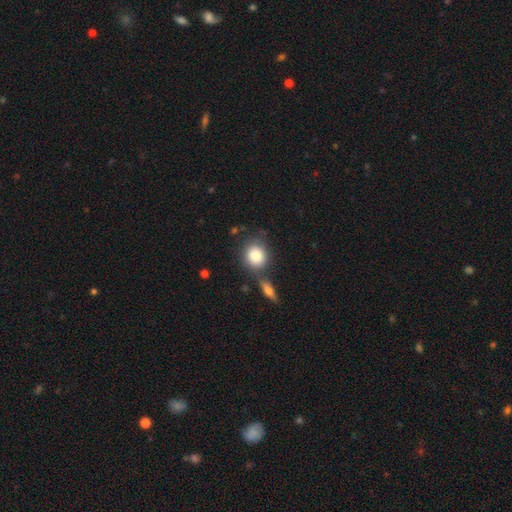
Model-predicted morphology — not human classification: The model was most divided on "merging": none: 65%, merger: 19%, minor disturbance: 12%, major disturbance: 4%. More confident: smooth or featured — smooth (81%); how rounded — round (76%).